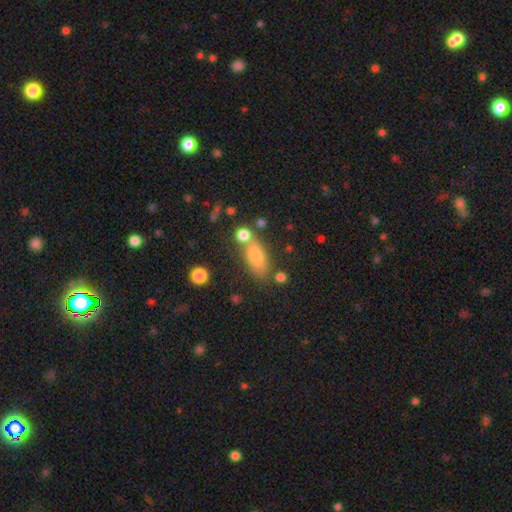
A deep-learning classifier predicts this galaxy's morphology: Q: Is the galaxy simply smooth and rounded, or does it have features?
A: smooth — 77%.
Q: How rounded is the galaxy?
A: in between — 76%.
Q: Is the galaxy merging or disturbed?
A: none — 59%.